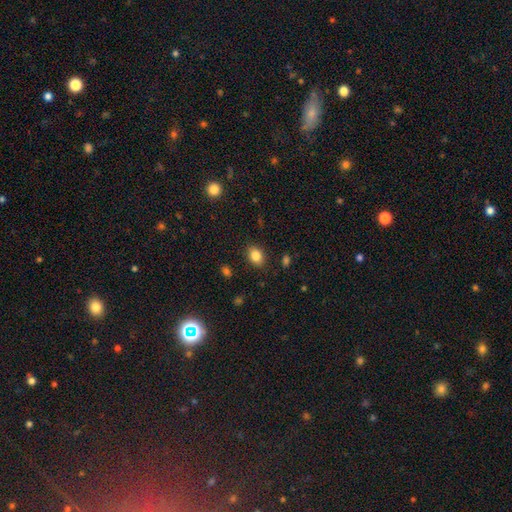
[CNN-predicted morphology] A smooth galaxy with no disk features (84%) that is in between round and cigar-shaped (68%).

Vote fractions:
- Smooth or featured? smooth: 84% / star or artifact: 10% / featured or disk: 7%
- How rounded? in between: 68% / round: 31% / cigar-shaped: 1%
- Merging? none: 87% / minor disturbance: 9% / major disturbance: 3% / merger: 2%